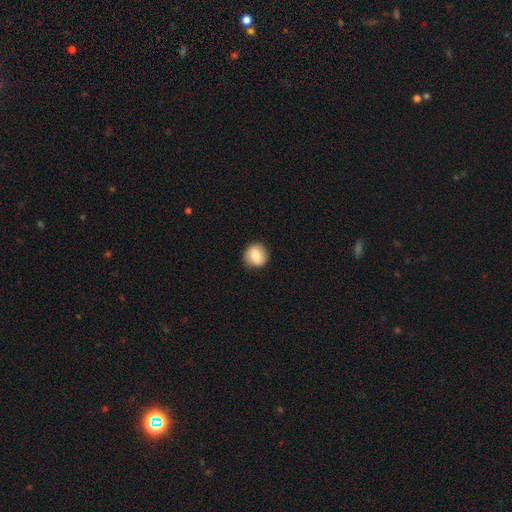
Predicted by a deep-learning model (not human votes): This is likely a smooth galaxy (77%). How rounded: clearly round (89%). Merging: clearly none (87%).